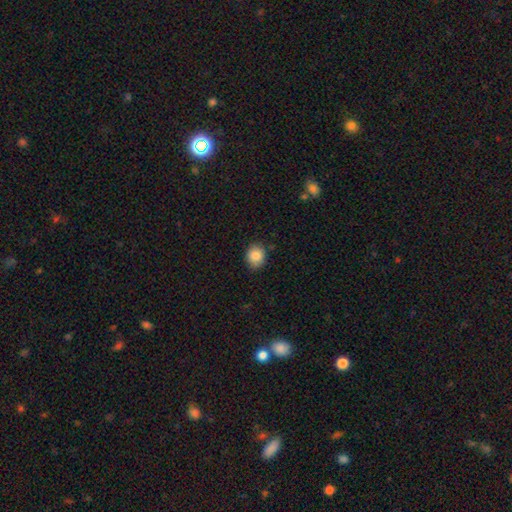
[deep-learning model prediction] A smooth galaxy with no disk features (87%) that is round (65%). Merging: none (83%).